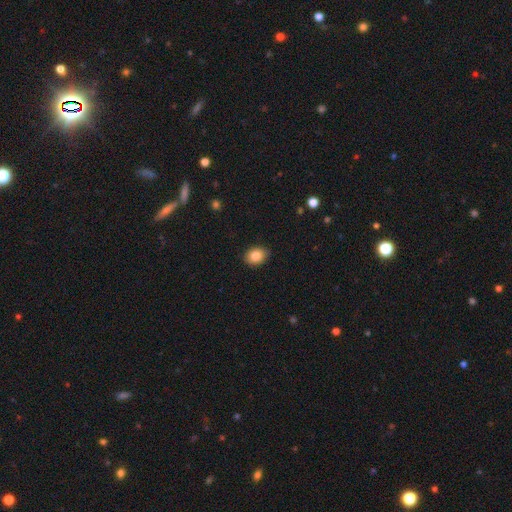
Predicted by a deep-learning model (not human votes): Smooth or featured? smooth (84%)
How rounded? in between (65%)
Merging? none (88%)